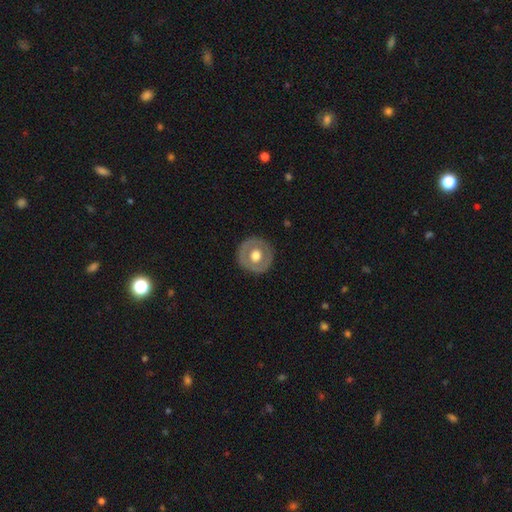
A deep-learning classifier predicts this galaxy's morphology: smooth-or-featured: smooth: 48% | featured or disk: 47% | star or artifact: 5%
  merging: none: 87% | minor disturbance: 9% | major disturbance: 3% | merger: 1%